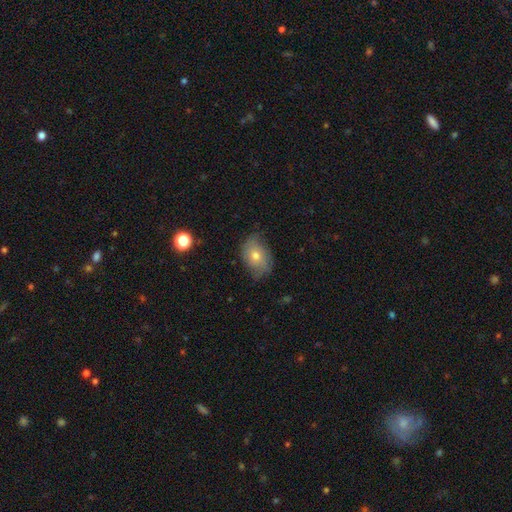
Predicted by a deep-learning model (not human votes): A smooth galaxy with no disk features (58%) that is in between round and cigar-shaped (73%).

Vote fractions:
- Smooth or featured? smooth: 58% / featured or disk: 33% / star or artifact: 10%
- How rounded? in between: 73% / round: 25% / cigar-shaped: 1%
- Merging? none: 64% / minor disturbance: 27% / major disturbance: 8% / merger: 1%